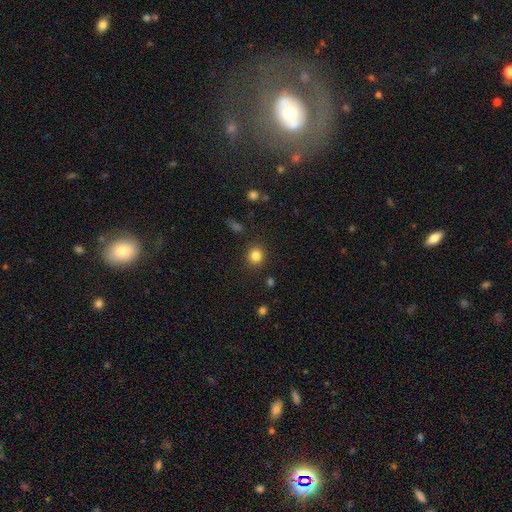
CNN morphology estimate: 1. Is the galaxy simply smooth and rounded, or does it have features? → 83% smooth, 12% star or artifact, 5% featured or disk.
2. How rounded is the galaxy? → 89% round, 11% in between, 1% cigar-shaped.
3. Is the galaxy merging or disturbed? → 89% none, 7% minor disturbance, 2% major disturbance, 2% merger.